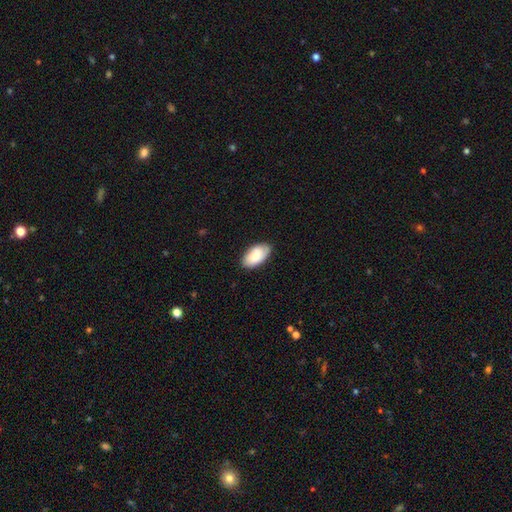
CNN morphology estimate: type=smooth (82%); roundness=in between (96%); merging=none (83%).